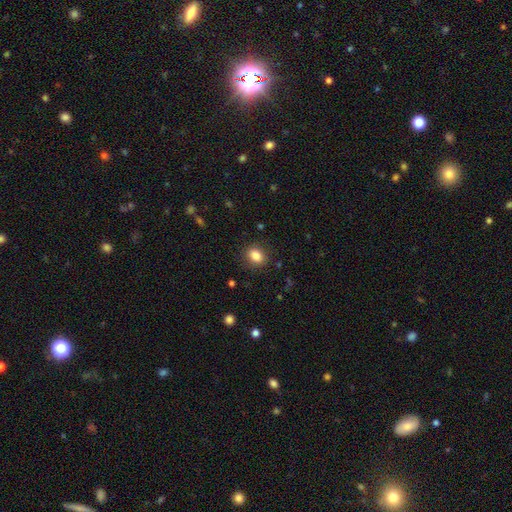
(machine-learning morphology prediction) smooth_or_featured: smooth (p=0.85) [alt: star or artifact p=0.10]
how_rounded: in between (p=0.60) [alt: round p=0.38]
merging: none (p=0.85) [alt: minor disturbance p=0.10]